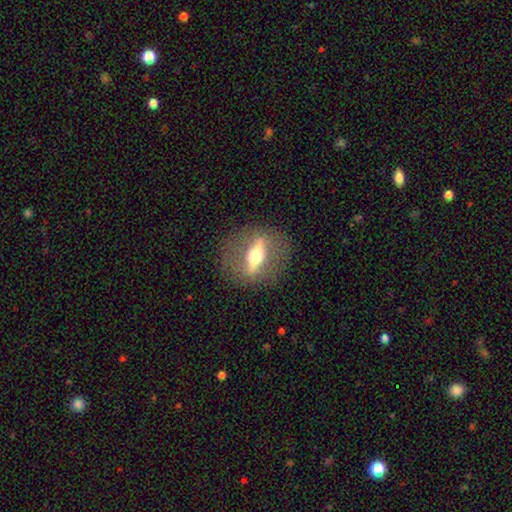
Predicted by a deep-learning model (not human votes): Smooth or featured?
  - featured or disk: 74% *
  - smooth: 19%
  - star or artifact: 7%
Edge-on disk?
  - yes: 61% *
  - no: 39%
Merging?
  - none: 83% *
  - minor disturbance: 9%
  - major disturbance: 7%
  - merger: 1%